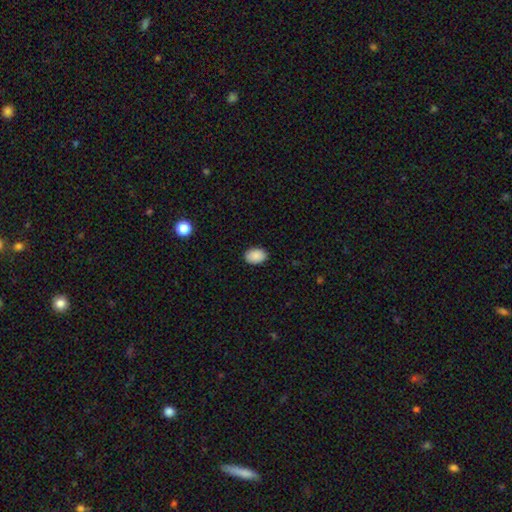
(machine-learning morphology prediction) Smooth or featured: smooth — 90% (star or artifact — 7%)
How rounded: in between — 83% (round — 16%)
Merging: none — 89% (minor disturbance — 8%)